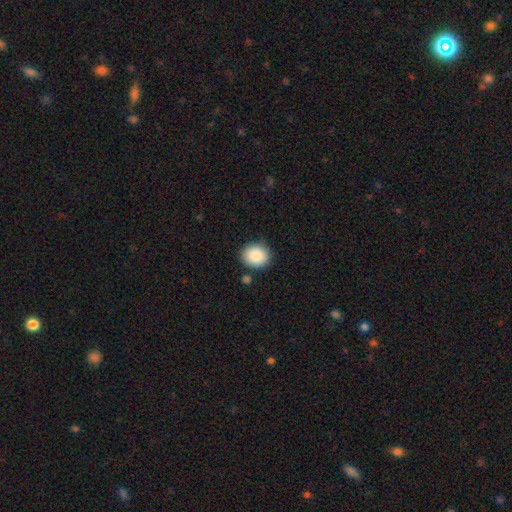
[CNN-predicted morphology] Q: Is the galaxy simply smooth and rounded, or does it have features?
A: smooth — 88%.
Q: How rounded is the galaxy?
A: round — 65%.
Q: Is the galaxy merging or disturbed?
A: none — 83%.